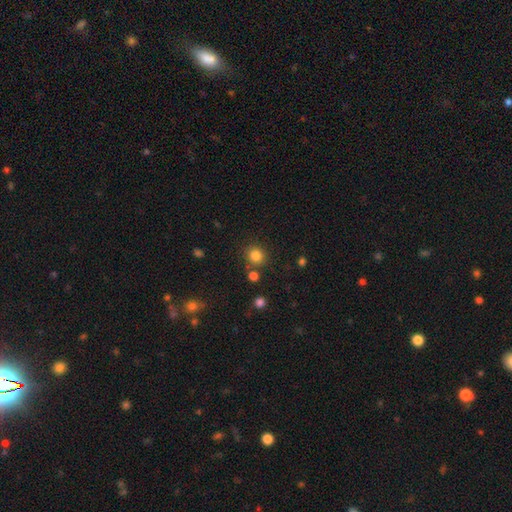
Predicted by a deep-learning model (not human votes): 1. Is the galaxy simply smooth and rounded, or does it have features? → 82% smooth, 13% star or artifact, 5% featured or disk.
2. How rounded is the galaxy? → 88% round, 11% in between, 1% cigar-shaped.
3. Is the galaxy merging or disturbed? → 80% none, 8% minor disturbance, 8% merger, 3% major disturbance.